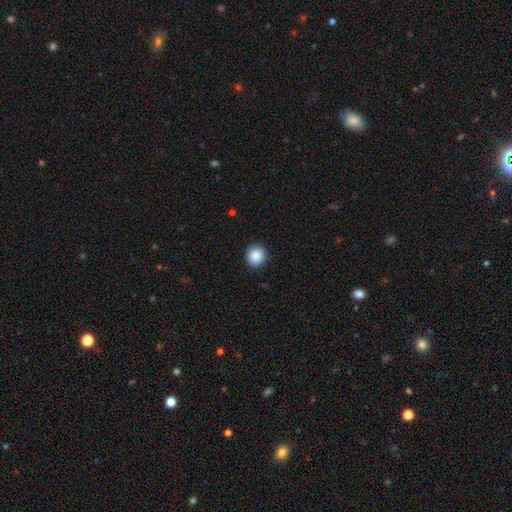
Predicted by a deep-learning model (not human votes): The model was most divided on "smooth or featured": smooth: 88%, star or artifact: 9%, featured or disk: 3%. More confident: how rounded — round (93%); merging — none (90%).